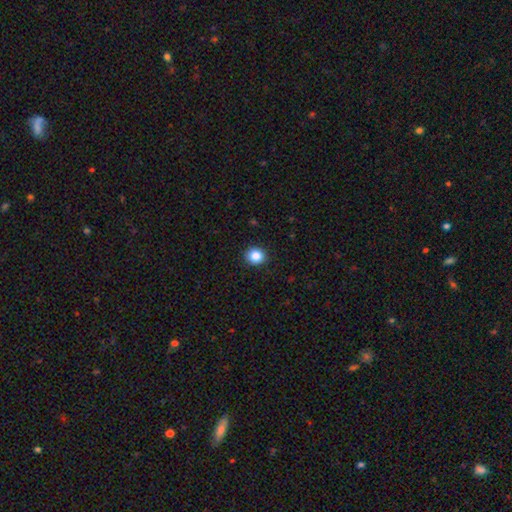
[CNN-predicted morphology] smooth_or_featured: smooth (p=0.85) [alt: star or artifact p=0.10]
how_rounded: round (p=0.83) [alt: in between p=0.16]
merging: none (p=0.92) [alt: minor disturbance p=0.06]